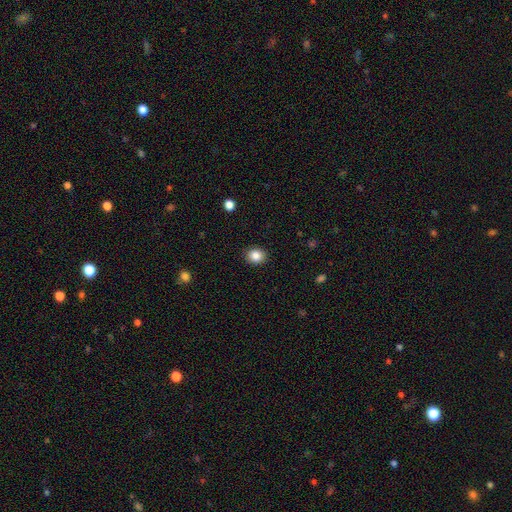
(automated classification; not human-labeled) This is clearly a smooth galaxy (85%). How rounded: likely round (65%). Merging: clearly none (91%).